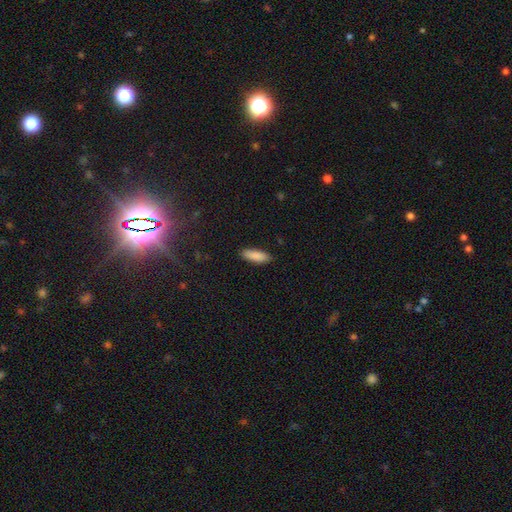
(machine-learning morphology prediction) The model was most divided on "how rounded": in between: 55%, cigar-shaped: 43%, round: 2%. More confident: smooth or featured — smooth (89%); merging — none (87%).